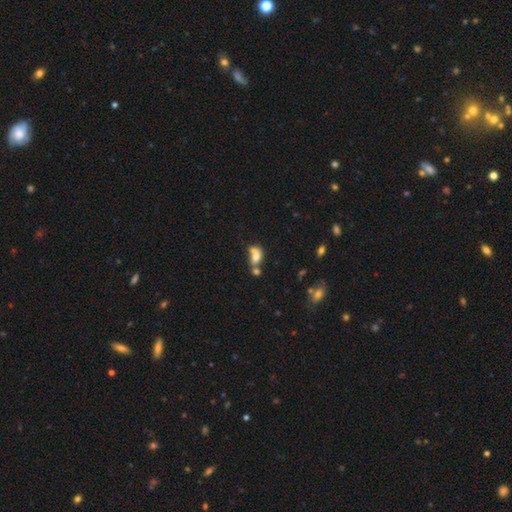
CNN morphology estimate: Smooth or featured? smooth (67%)
How rounded? in between (69%)
Merging? merger (60%)